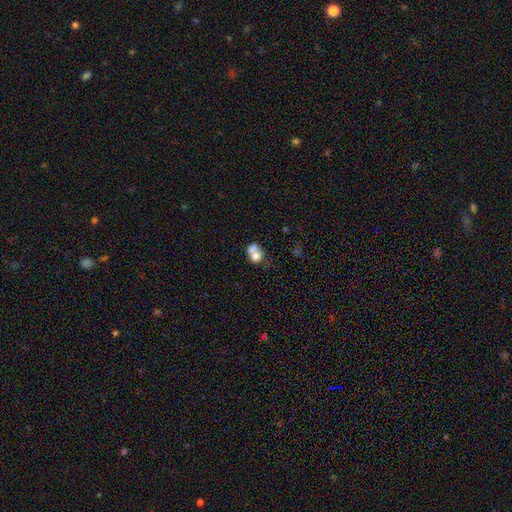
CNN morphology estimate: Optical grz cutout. It shows a smooth galaxy with no disk features (67%) that is round (56%). Merging: merger (60%).